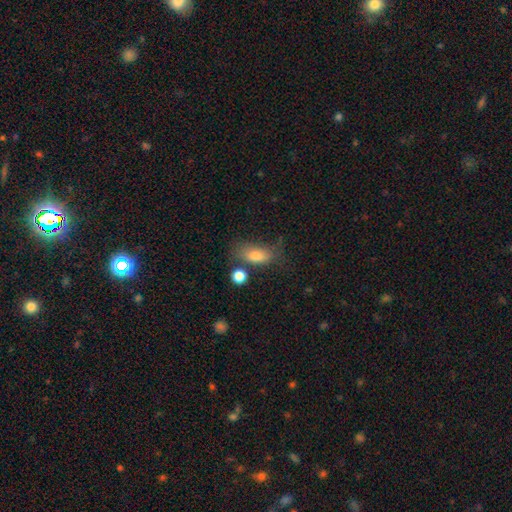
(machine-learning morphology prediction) smooth 77%, featured or disk 13%, star or artifact 9%. Down the decision tree: how rounded — in between (83%); merging — none (55%).